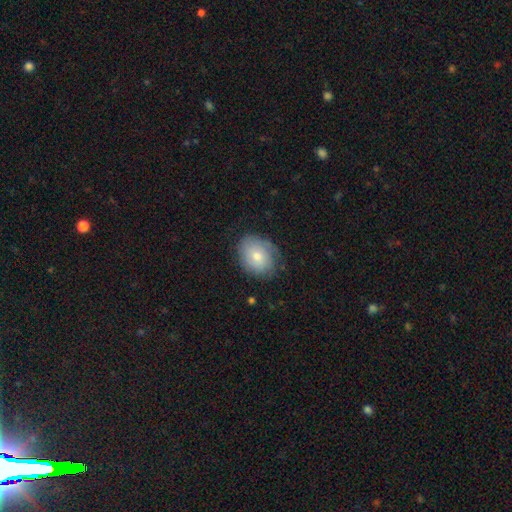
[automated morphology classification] This appears to be a smooth galaxy with no disk features (56%) that is round (50%). Merging: none (70%).